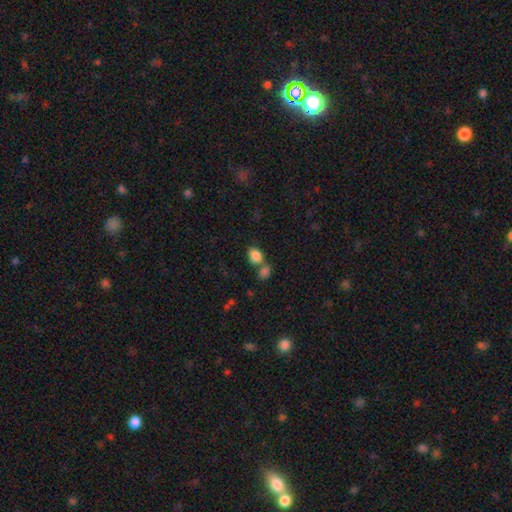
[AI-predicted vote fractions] Overall: smooth (85%). How rounded: in between (74%). Merging: none (43%; merger 41%).